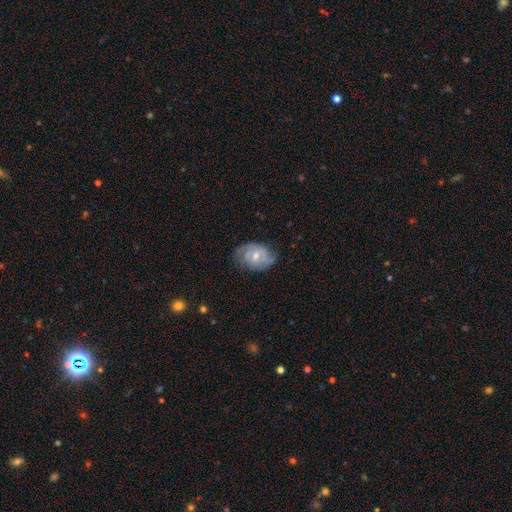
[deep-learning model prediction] The model was most divided on "spiral winding": tight: 45%, medium: 40%, loose: 15%. Remaining: edge-on disk — no (96%); spiral arms — yes (84%); merging — none (65%); smooth or featured — featured or disk (65%); bulge size — moderate (55%); bar — no (54%); spiral arm count — 2 (48%).